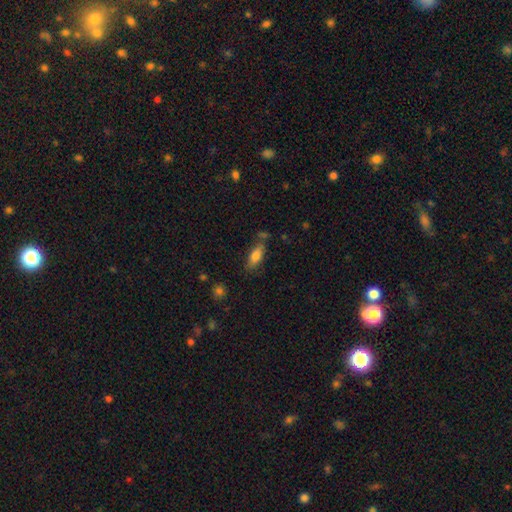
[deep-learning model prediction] smooth_or_featured: smooth (p=0.77) [alt: featured or disk p=0.15]
how_rounded: in between (p=0.73) [alt: cigar-shaped p=0.25]
merging: none (p=0.69) [alt: minor disturbance p=0.18]